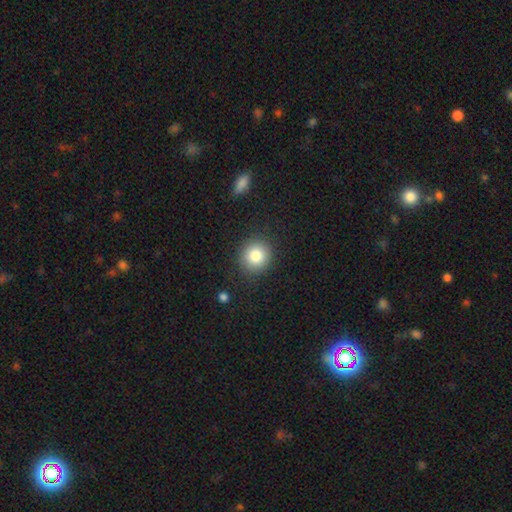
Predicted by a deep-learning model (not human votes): Morphology: type=smooth (82%); roundness=round (88%); merging=none (88%).